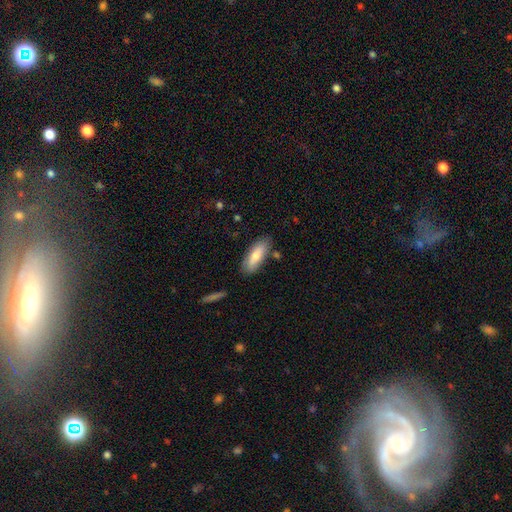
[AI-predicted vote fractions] This appears to be a smooth galaxy with no disk features (73%) that is in between round and cigar-shaped (69%). Merging: none (79%).